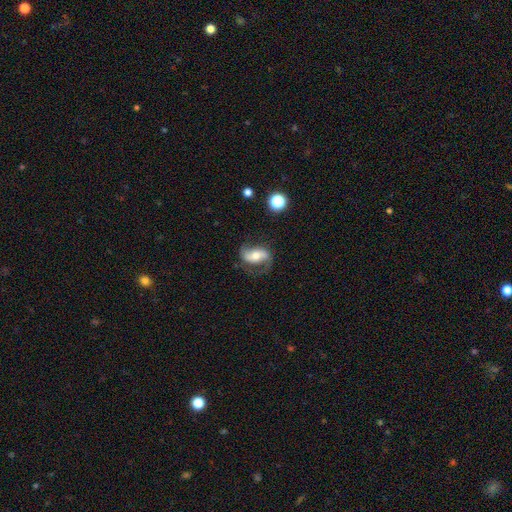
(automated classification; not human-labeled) A featured or disk galaxy (69%) with no bar (36%), 2 (83%) loose (51%) spiral arms (89%) and a moderate central bulge (63%).

Vote fractions:
- Smooth or featured? featured or disk: 69% / smooth: 23% / star or artifact: 8%
- Edge-on disk? no: 95% / yes: 5%
- Bar? no: 36% / strong: 33% / weak: 31%
- Spiral arms? yes: 89% / no: 11%
- Spiral winding? loose: 51% / medium: 35% / tight: 14%
- Spiral arm count? 2: 83% / 1: 9% / can't tell: 5% / 3: 1% / 4: 1% / more than 4: 1%
- Bulge size? moderate: 63% / small: 25% / large: 9% / none: 2% / dominant: 2%
- Merging? none: 62% / minor disturbance: 21% / major disturbance: 15% / merger: 2%